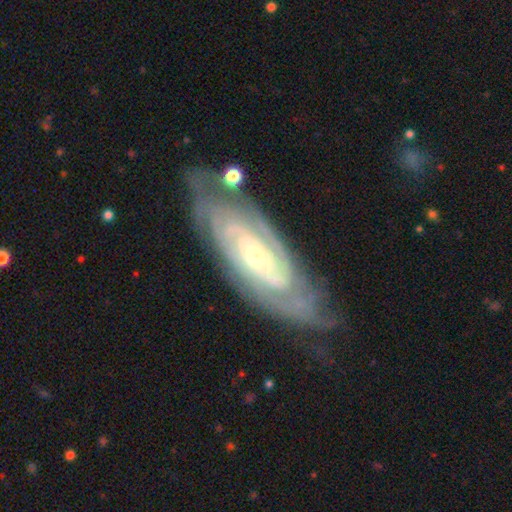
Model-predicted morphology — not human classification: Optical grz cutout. It shows a featured or disk galaxy (89%) with no bar (66%), tight (78%) spiral arms (96%) and a small central bulge (65%). Merging: none (72%).